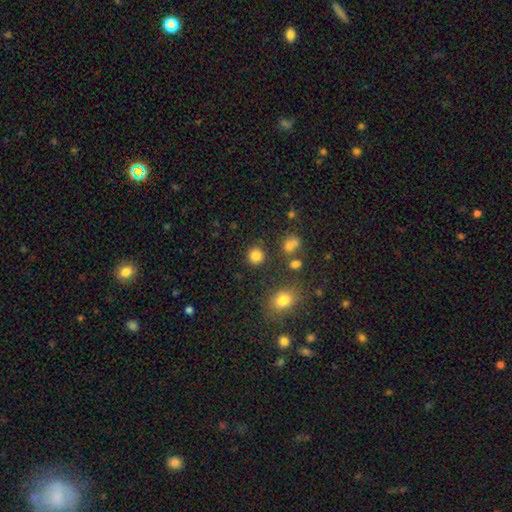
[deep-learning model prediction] Smooth or featured: smooth — 83% (star or artifact — 13%)
How rounded: round — 89% (in between — 10%)
Merging: none — 86% (minor disturbance — 7%)